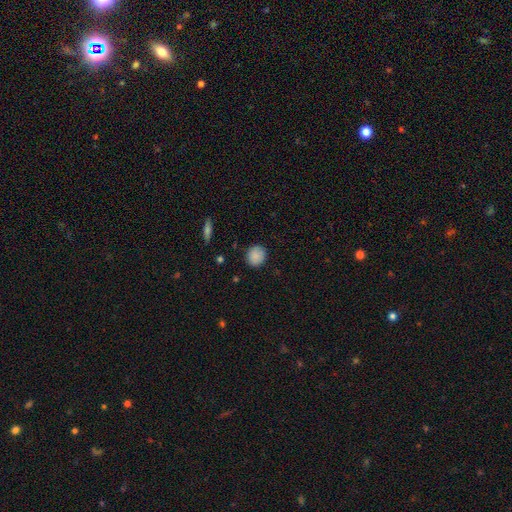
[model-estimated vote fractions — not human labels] Q: Smooth or featured?
A: smooth (88%); runner-up: star or artifact (8%)
Q: How rounded?
A: round (84%); runner-up: in between (15%)
Q: Merging?
A: none (88%); runner-up: minor disturbance (9%)